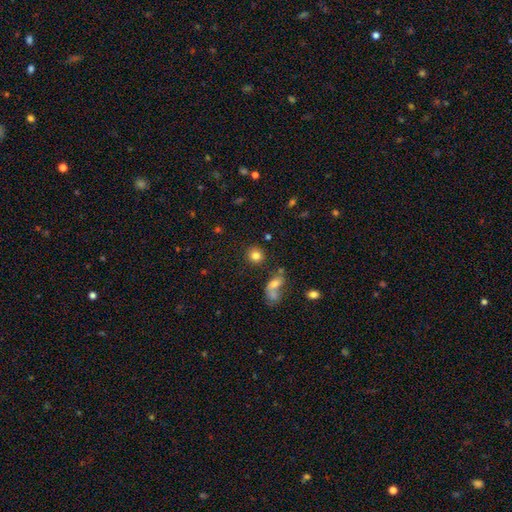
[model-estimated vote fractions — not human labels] Smooth or featured?
  - smooth: 81% *
  - star or artifact: 11%
  - featured or disk: 7%
How rounded?
  - round: 86% *
  - in between: 13%
  - cigar-shaped: 1%
Merging?
  - none: 80% *
  - minor disturbance: 8%
  - merger: 8%
  - major disturbance: 4%